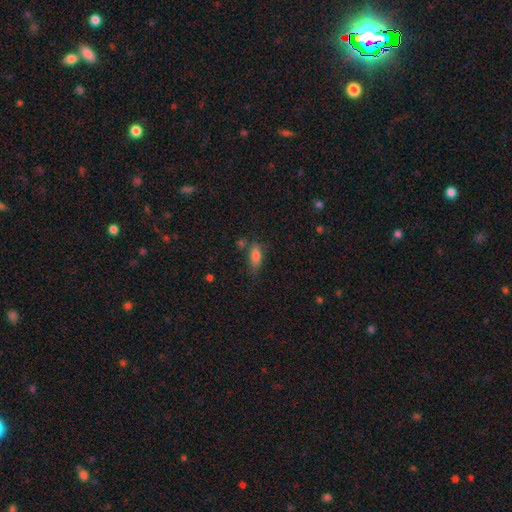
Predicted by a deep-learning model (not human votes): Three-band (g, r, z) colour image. It shows a smooth galaxy with no disk features (81%) that is in between round and cigar-shaped (80%). Merging: none (61%).